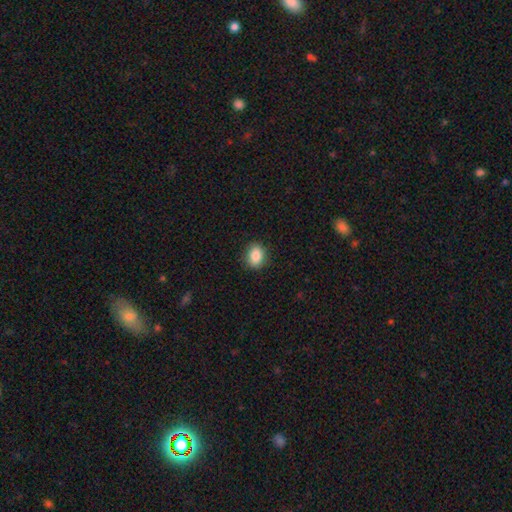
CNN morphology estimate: Q: Smooth or featured?
A: smooth (86%); runner-up: star or artifact (9%)
Q: How rounded?
A: in between (58%); runner-up: round (41%)
Q: Merging?
A: none (88%); runner-up: minor disturbance (9%)